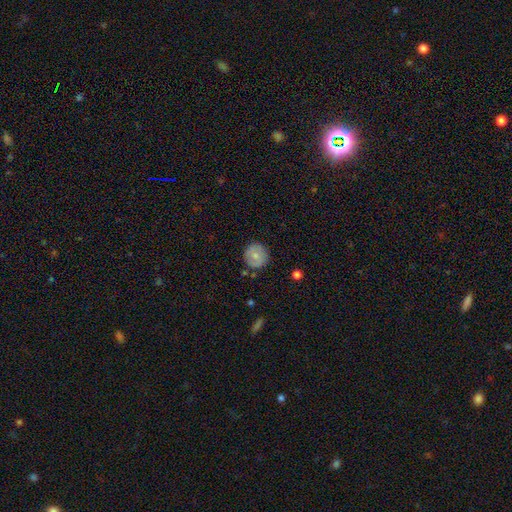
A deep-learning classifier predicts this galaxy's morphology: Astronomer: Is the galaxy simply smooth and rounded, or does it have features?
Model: smooth — 66%.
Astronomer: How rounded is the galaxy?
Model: round — 93%.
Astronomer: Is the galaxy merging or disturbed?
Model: none — 84%.